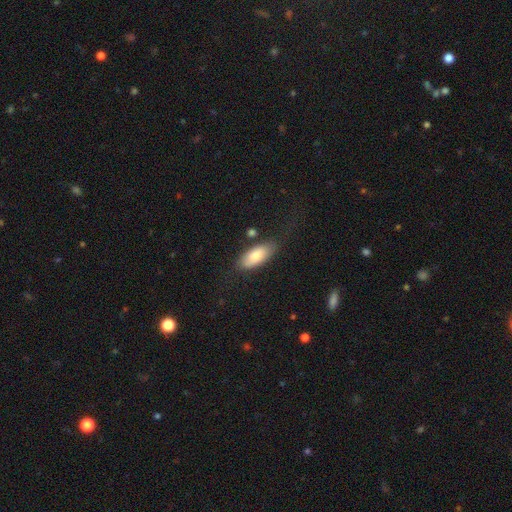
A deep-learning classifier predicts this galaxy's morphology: smooth-or-featured: smooth: 78% | featured or disk: 15% | star or artifact: 6%
  how-rounded: in between: 88% | cigar-shaped: 9% | round: 2%
  merging: none: 71% | minor disturbance: 19% | major disturbance: 7% | merger: 4%